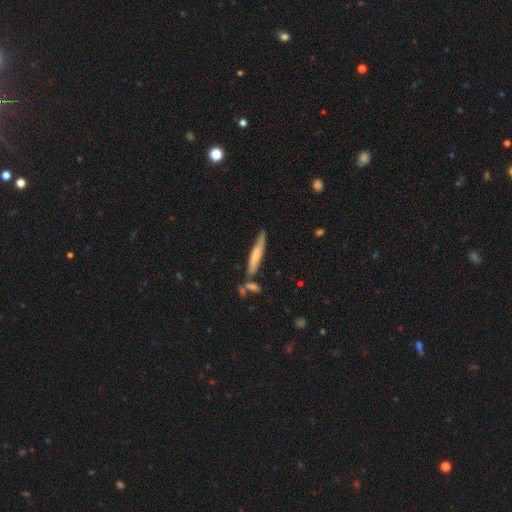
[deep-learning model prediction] Overall: smooth (59%; featured or disk 36%). How rounded: cigar-shaped (91%). Merging: none (65%).